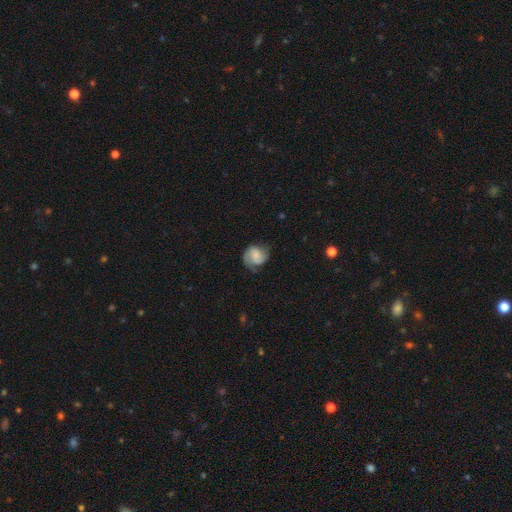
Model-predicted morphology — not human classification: A featured or disk galaxy (51%) with no bar (61%), spiral arms (89%) and no central bulge (34%). Merging: none (58%).